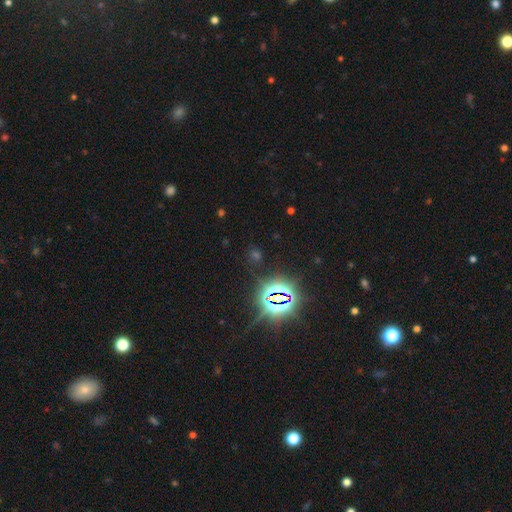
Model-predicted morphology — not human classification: Smooth or featured? star or artifact (75%)